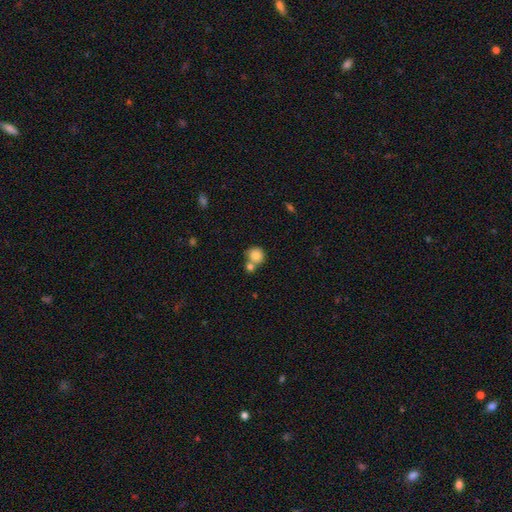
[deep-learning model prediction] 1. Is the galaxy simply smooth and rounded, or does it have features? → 82% smooth, 9% star or artifact, 9% featured or disk.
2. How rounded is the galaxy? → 88% round, 11% in between, 1% cigar-shaped.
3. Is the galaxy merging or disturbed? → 49% none, 39% merger, 9% minor disturbance, 3% major disturbance.